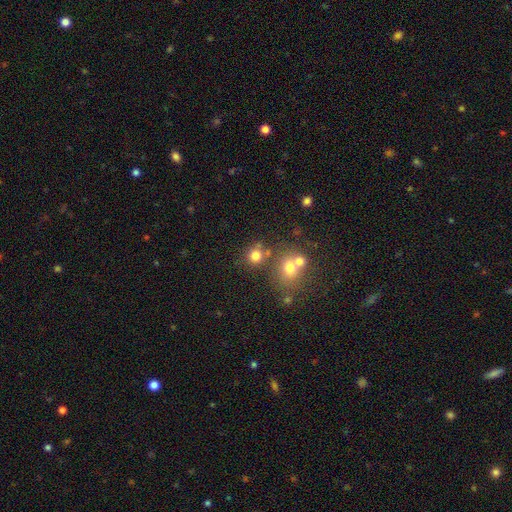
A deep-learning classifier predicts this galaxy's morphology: smooth_or_featured: smooth (p=0.75) [alt: star or artifact p=0.16]
how_rounded: round (p=0.84) [alt: in between p=0.15]
merging: none (p=0.61) [alt: merger p=0.25]